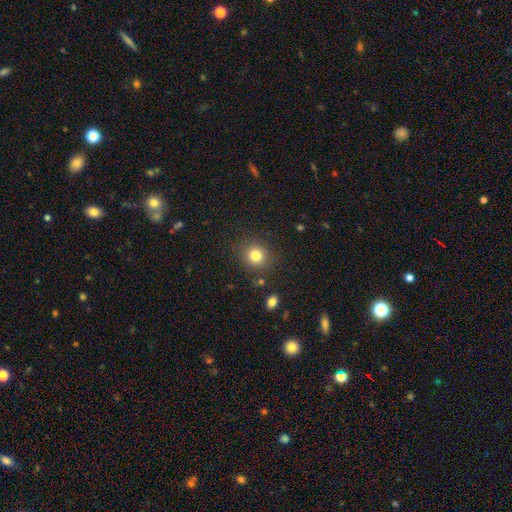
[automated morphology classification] This is clearly a smooth galaxy (81%). How rounded: clearly round (87%). Merging: clearly none (86%).